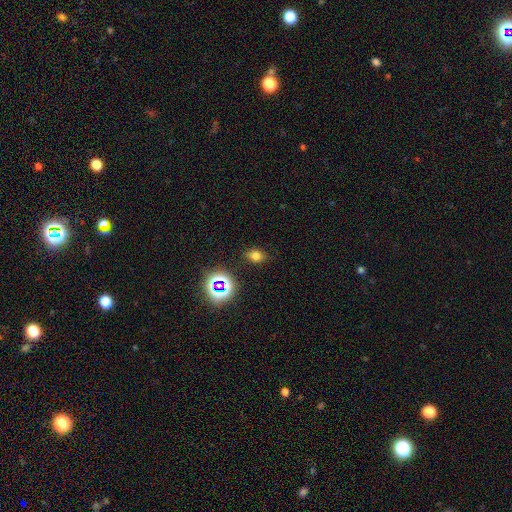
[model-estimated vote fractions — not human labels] Smooth or featured? smooth (69%)
How rounded? in between (66%)
Merging? none (83%)